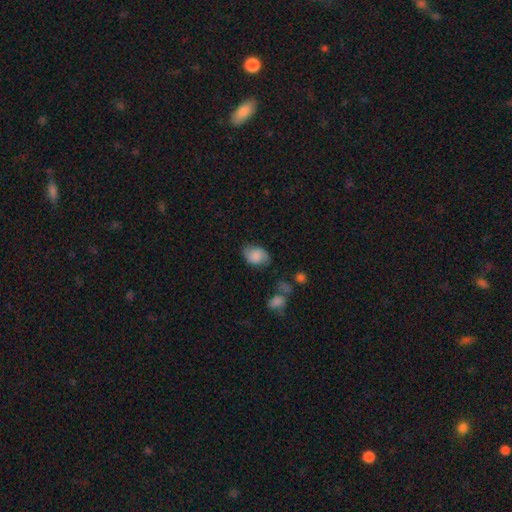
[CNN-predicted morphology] The model was most divided on "smooth or featured": smooth: 68%, featured or disk: 23%, star or artifact: 9%. More confident: how rounded — in between (77%); merging — none (70%).